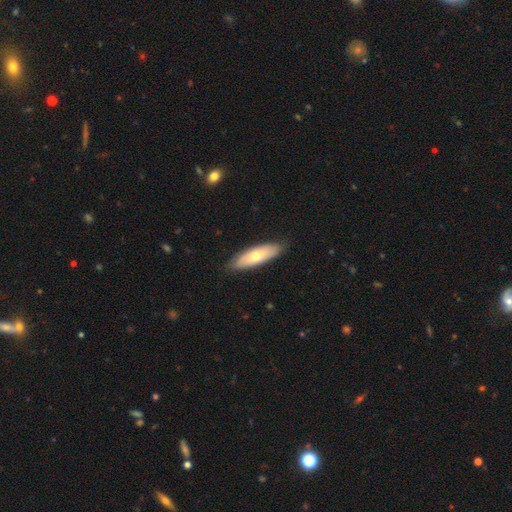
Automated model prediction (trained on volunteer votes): smooth_or_featured: smooth (p=0.59) [alt: featured or disk p=0.36]
how_rounded: in between (p=0.56) [alt: cigar-shaped p=0.42]
merging: none (p=0.86) [alt: minor disturbance p=0.11]